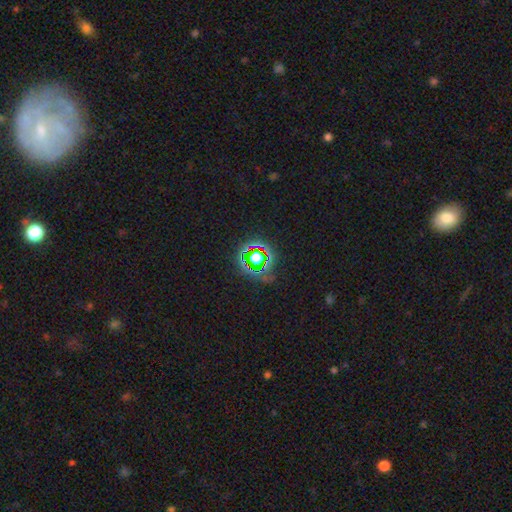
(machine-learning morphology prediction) Q: Smooth or featured?
A: star or artifact (65%); runner-up: smooth (22%)